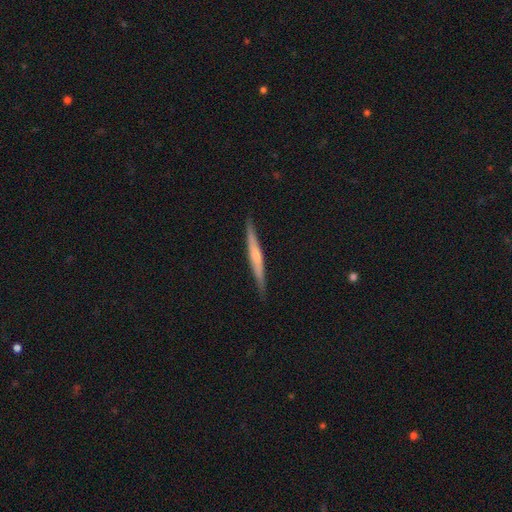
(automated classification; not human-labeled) Q: Smooth or featured?
A: featured or disk (55%); runner-up: smooth (40%)
Q: Edge-on disk?
A: yes (97%); runner-up: no (3%)
Q: Edge-on bulge?
A: none (46%); runner-up: rounded (38%)
Q: Merging?
A: none (90%); runner-up: minor disturbance (8%)